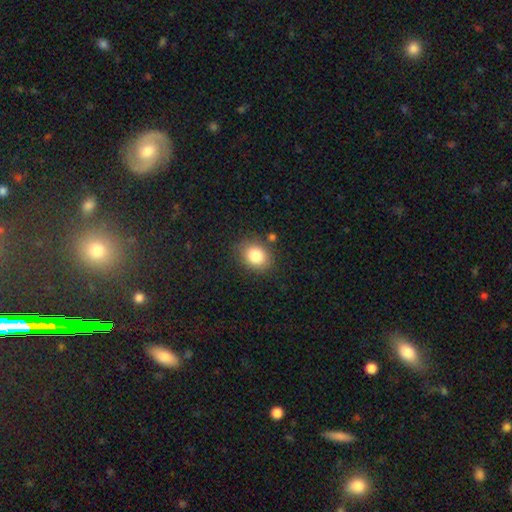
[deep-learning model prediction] Smooth or featured? smooth (83%)
How rounded? round (51%)
Merging? none (83%)